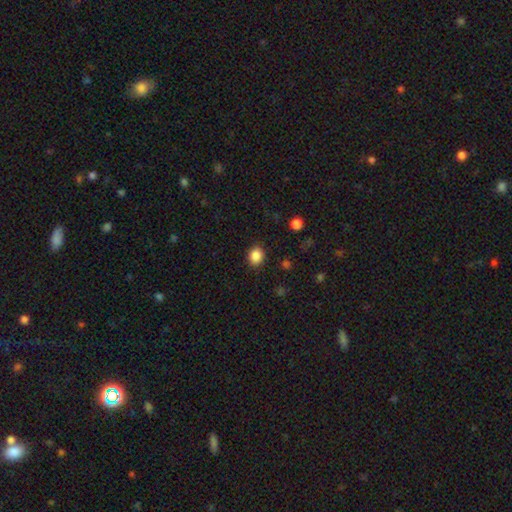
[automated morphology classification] Q: Smooth or featured?
A: smooth (87%); runner-up: star or artifact (10%)
Q: How rounded?
A: round (61%); runner-up: in between (38%)
Q: Merging?
A: none (88%); runner-up: minor disturbance (8%)